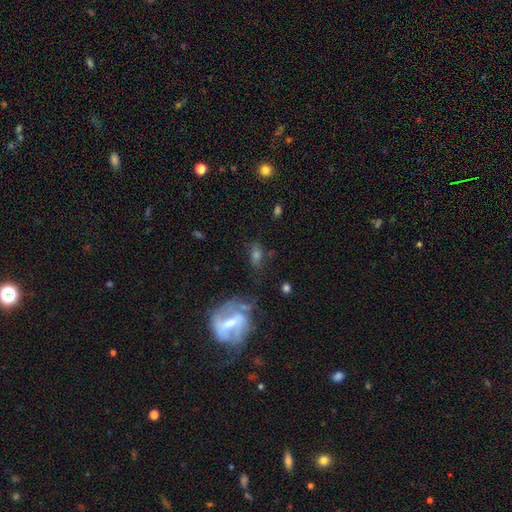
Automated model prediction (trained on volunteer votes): A featured or disk galaxy (45%). Merging: none (56%).